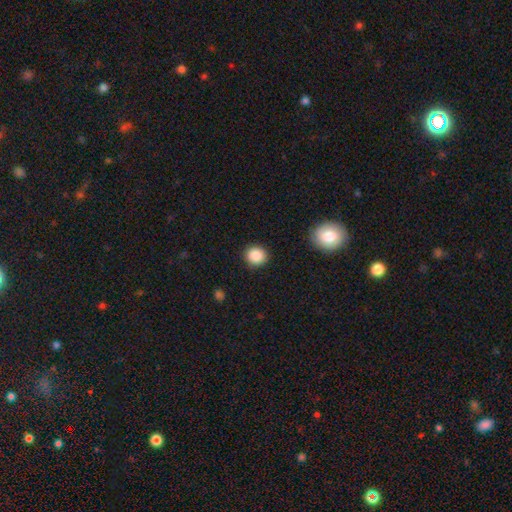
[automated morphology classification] Smooth or featured? smooth (87%)
How rounded? round (88%)
Merging? none (90%)